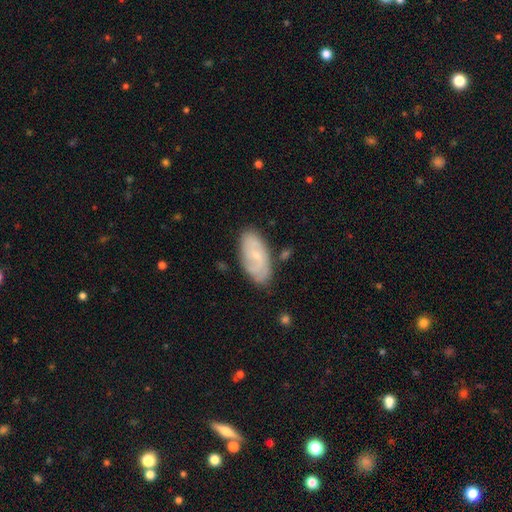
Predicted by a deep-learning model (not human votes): A featured or disk galaxy (50%). Merging: none (75%).